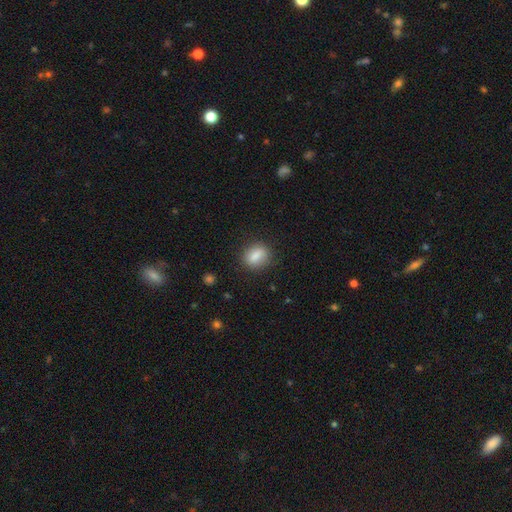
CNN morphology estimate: Smooth or featured? smooth (83%)
How rounded? in between (56%)
Merging? none (81%)